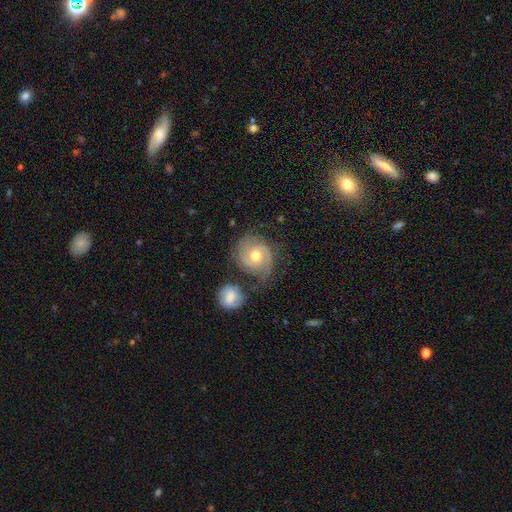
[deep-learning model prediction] Smooth or featured? Predicted: featured or disk (p=0.81). Edge-on disk? Predicted: no (p=0.98). Bar? Predicted: no (p=0.66). Spiral arms? Predicted: yes (p=0.95). Spiral winding? Predicted: tight (p=0.56). Spiral arm count? Predicted: 2 (p=0.70). Bulge size? Predicted: moderate (p=0.73). Merging? Predicted: none (p=0.57).